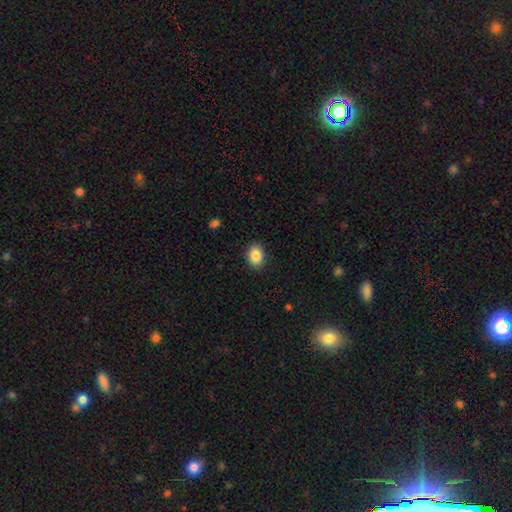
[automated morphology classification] Overall: smooth (87%). How rounded: in between (65%; round 34%). Merging: none (89%).